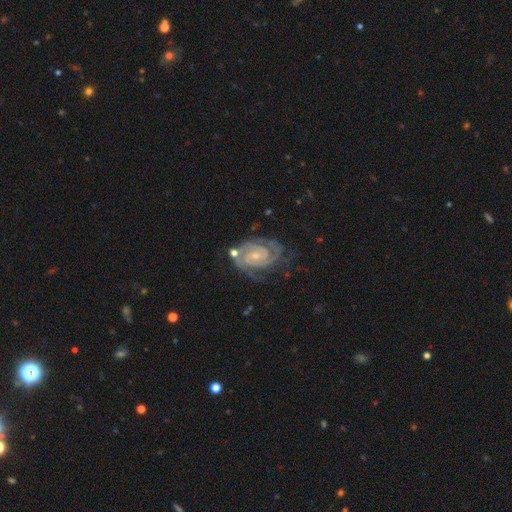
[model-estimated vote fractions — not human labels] Smooth or featured: featured or disk — 91% (star or artifact — 5%)
Edge-on disk: no — 98% (yes — 2%)
Bar: no — 58% (weak — 32%)
Spiral arms: yes — 98% (no — 2%)
Spiral winding: tight — 75% (medium — 22%)
Spiral arm count: 2 — 63% (3 — 18%)
Bulge size: small — 71% (moderate — 21%)
Merging: none — 66% (minor disturbance — 20%)